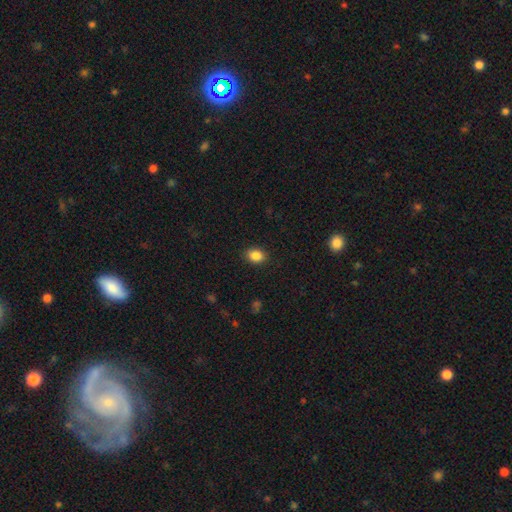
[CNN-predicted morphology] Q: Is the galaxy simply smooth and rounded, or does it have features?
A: smooth — 87%.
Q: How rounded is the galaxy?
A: in between — 67%.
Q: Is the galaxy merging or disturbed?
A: none — 88%.